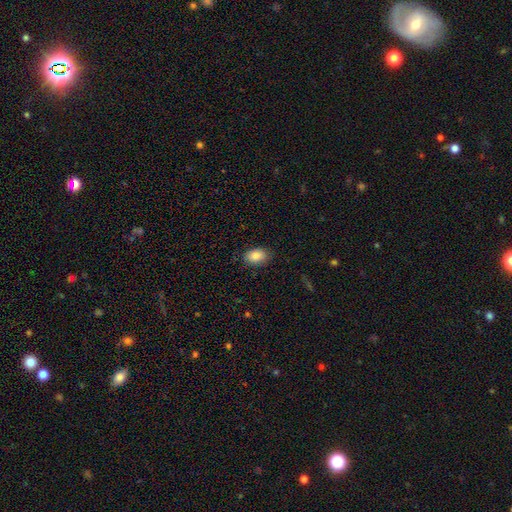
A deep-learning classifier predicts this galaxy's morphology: type=smooth (87%); roundness=in between (86%); merging=none (86%).